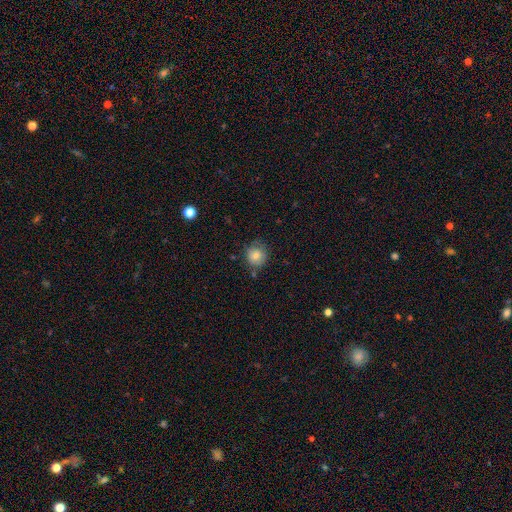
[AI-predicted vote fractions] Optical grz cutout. It shows a smooth galaxy with no disk features (80%) that is round (87%). Merging: none (71%).